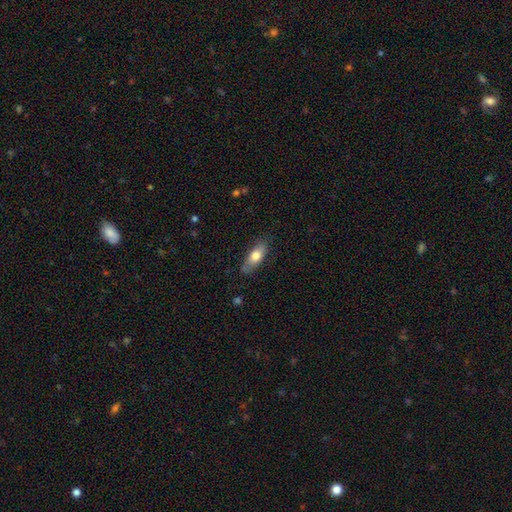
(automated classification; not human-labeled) smooth-or-featured: smooth: 70% | featured or disk: 24% | star or artifact: 6%
  how-rounded: in between: 73% | cigar-shaped: 24% | round: 3%
  merging: none: 76% | minor disturbance: 18% | major disturbance: 4% | merger: 2%